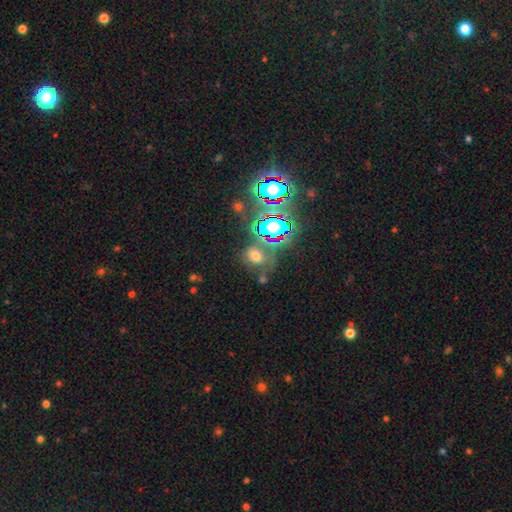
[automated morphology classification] type=smooth (53%); roundness=in between (52%); merging=none (62%).